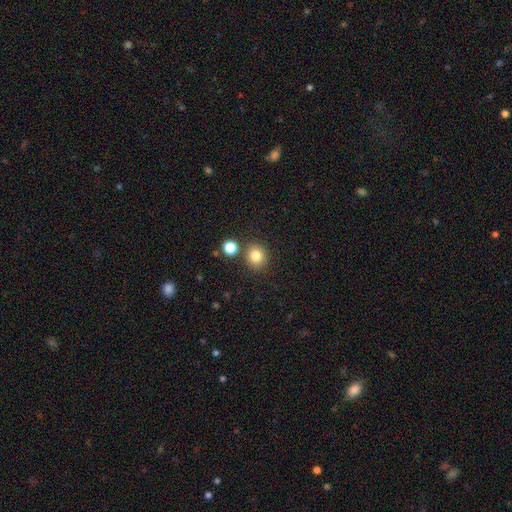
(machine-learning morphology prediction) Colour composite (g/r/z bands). It shows a smooth galaxy with no disk features (81%) that is round (83%). Merging: none (82%).